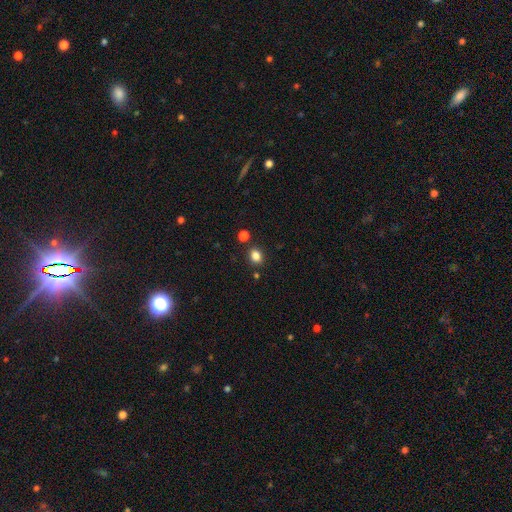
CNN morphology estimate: type=smooth (84%); roundness=round (51%); merging=none (83%).